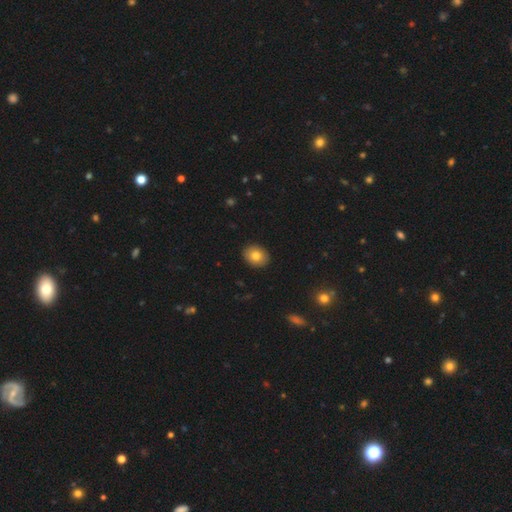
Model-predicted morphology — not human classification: A smooth galaxy with no disk features (80%) that is round (51%). Merging: none (91%).